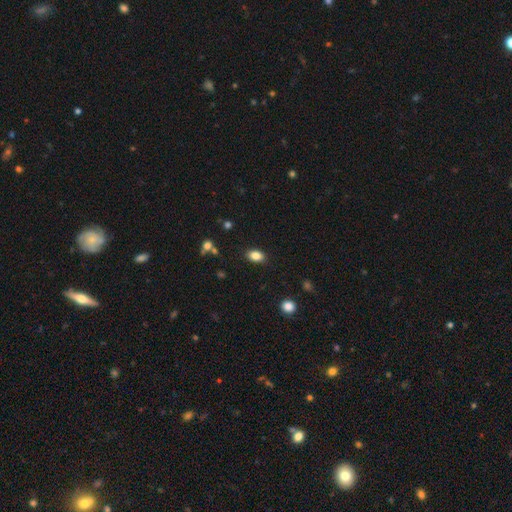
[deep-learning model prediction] Overall: smooth (85%). How rounded: in between (84%). Merging: none (87%).